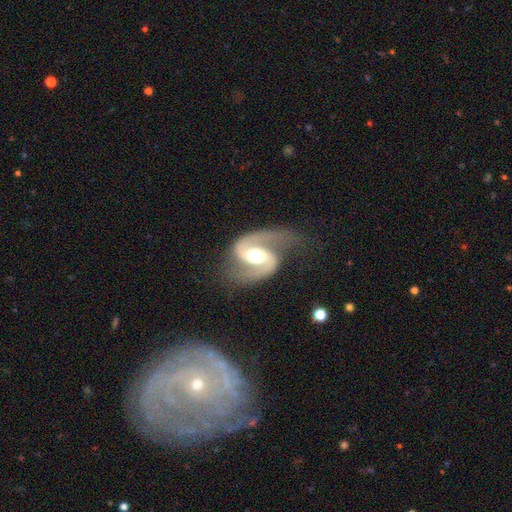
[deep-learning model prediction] This is clearly a featured or disk galaxy (92%). It is clearly not viewed edge-on (98%). Bar: marginally weak (41%). Spiral arm pattern: clearly yes (98%). Spiral arm count: clearly 2 (94%). Spiral winding: possibly medium (57%). Central bulge: possibly moderate (59%). Merging: likely none (65%).